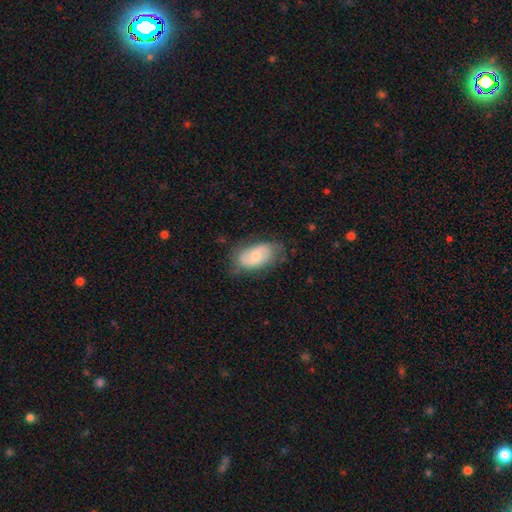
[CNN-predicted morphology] A smooth galaxy with no disk features (50%).

Vote fractions:
- Smooth or featured? smooth: 50% / featured or disk: 43% / star or artifact: 7%
- Merging? none: 65% / minor disturbance: 25% / major disturbance: 9% / merger: 2%